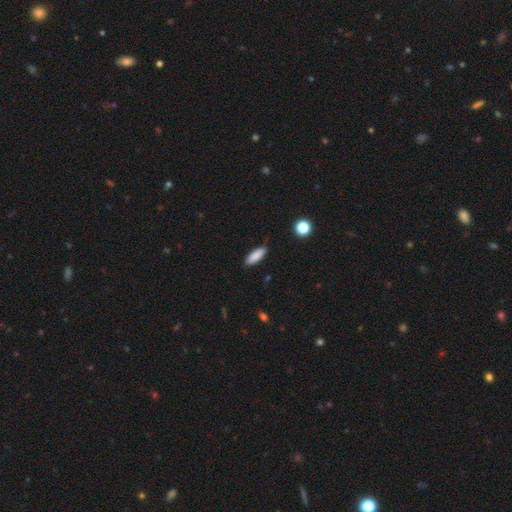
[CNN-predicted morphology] A smooth galaxy with no disk features (87%) that is in between round and cigar-shaped (65%).

Vote fractions:
- Smooth or featured? smooth: 87% / star or artifact: 7% / featured or disk: 6%
- How rounded? in between: 65% / cigar-shaped: 33% / round: 2%
- Merging? none: 85% / minor disturbance: 11% / major disturbance: 2% / merger: 1%